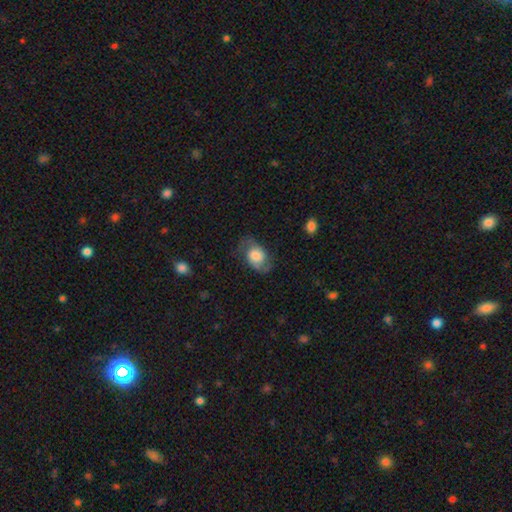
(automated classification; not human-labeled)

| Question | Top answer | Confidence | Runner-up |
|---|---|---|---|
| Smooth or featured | smooth | 46% | tied: featured or disk (46%) |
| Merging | none | 60% | minor disturbance (24%) |